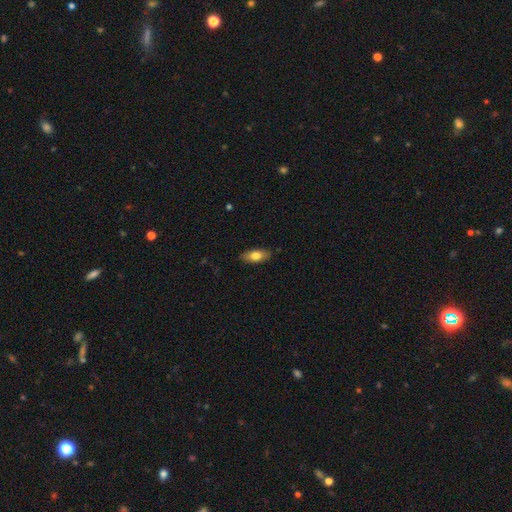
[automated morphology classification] Smooth or featured?
  - smooth: 75% *
  - featured or disk: 19%
  - star or artifact: 7%
How rounded?
  - in between: 79% *
  - cigar-shaped: 17%
  - round: 3%
Merging?
  - none: 87% *
  - minor disturbance: 10%
  - major disturbance: 2%
  - merger: 1%